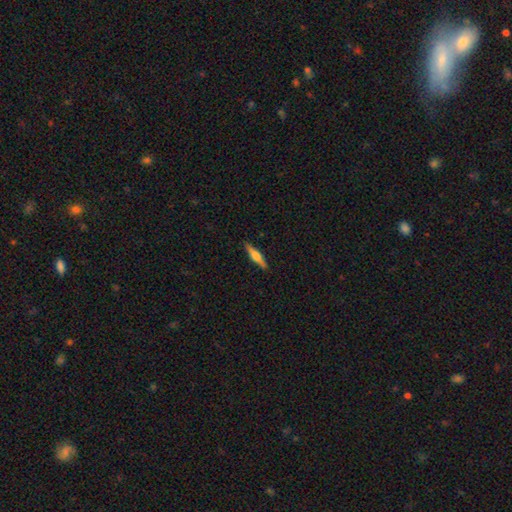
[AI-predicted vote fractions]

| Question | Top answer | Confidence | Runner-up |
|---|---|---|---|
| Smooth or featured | featured or disk | 52% | smooth (42%) |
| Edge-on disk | yes | 96% | no (4%) |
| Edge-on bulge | rounded | 83% | boxy (12%) |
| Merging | none | 90% | minor disturbance (7%) |